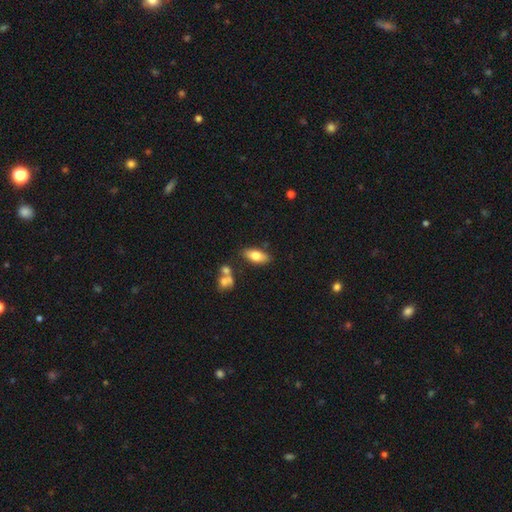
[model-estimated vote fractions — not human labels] Q: Smooth or featured?
A: smooth (74%); runner-up: featured or disk (18%)
Q: How rounded?
A: in between (85%); runner-up: cigar-shaped (12%)
Q: Merging?
A: none (79%); runner-up: minor disturbance (12%)